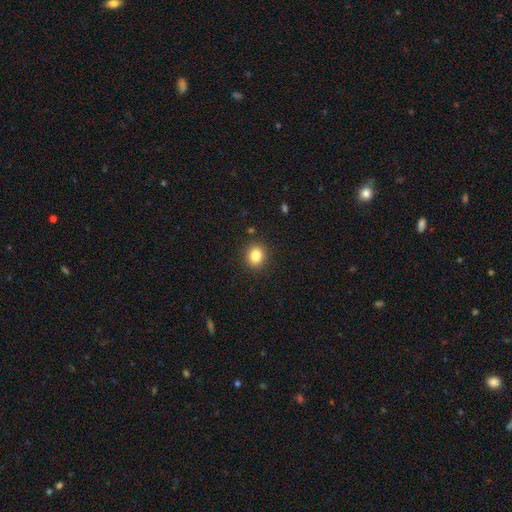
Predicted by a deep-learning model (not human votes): Smooth or featured? Predicted: smooth (p=0.84). How rounded? Predicted: round (p=0.77). Merging? Predicted: none (p=0.90).